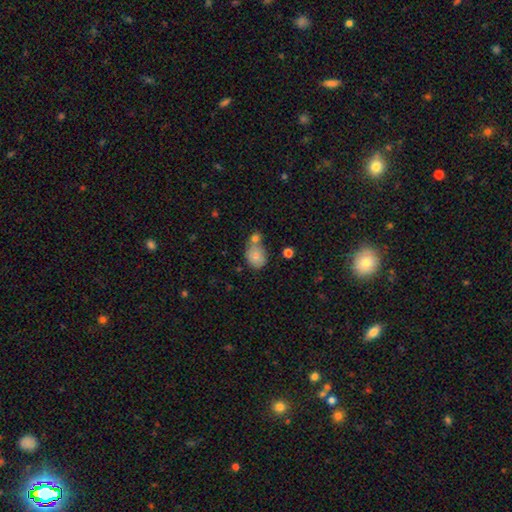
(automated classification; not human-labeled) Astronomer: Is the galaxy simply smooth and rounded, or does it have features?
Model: smooth — 78%.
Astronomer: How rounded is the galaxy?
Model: round — 52% (runner-up: in between, 47%).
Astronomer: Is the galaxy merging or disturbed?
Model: merger — 44% (runner-up: none, 37%).